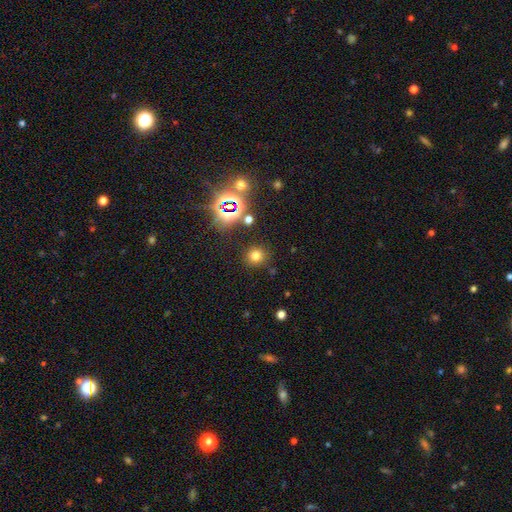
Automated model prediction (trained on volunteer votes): This is likely a smooth galaxy (69%). How rounded: clearly round (87%). Merging: clearly none (86%).